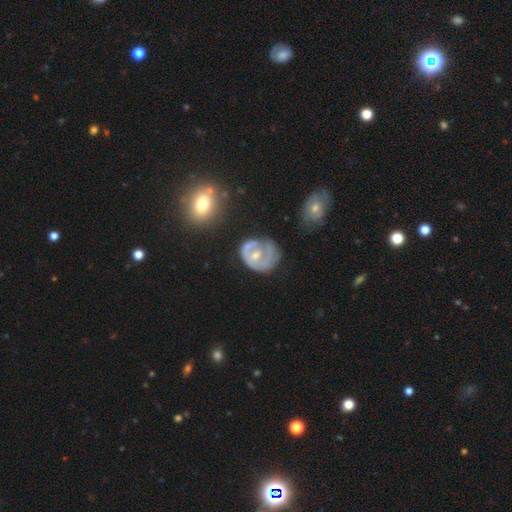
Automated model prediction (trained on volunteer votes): Smooth or featured? Predicted: featured or disk (p=0.62). Edge-on disk? Predicted: no (p=0.97). Bar? Predicted: no (p=0.73). Spiral arms? Predicted: yes (p=0.52). Bulge size? Predicted: moderate (p=0.51). Merging? Predicted: none (p=0.44).